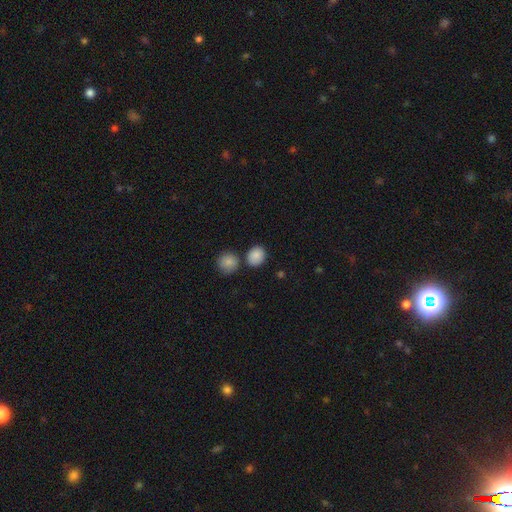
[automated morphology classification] Q: Smooth or featured?
A: smooth (86%); runner-up: star or artifact (9%)
Q: How rounded?
A: round (62%); runner-up: in between (37%)
Q: Merging?
A: none (72%); runner-up: merger (15%)